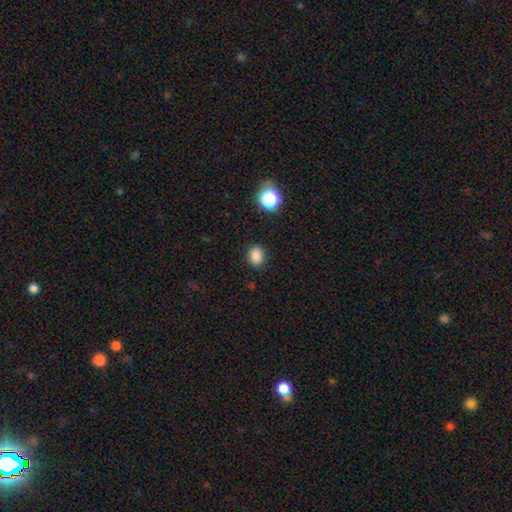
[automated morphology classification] type=smooth (84%); roundness=in between (62%); merging=none (87%).